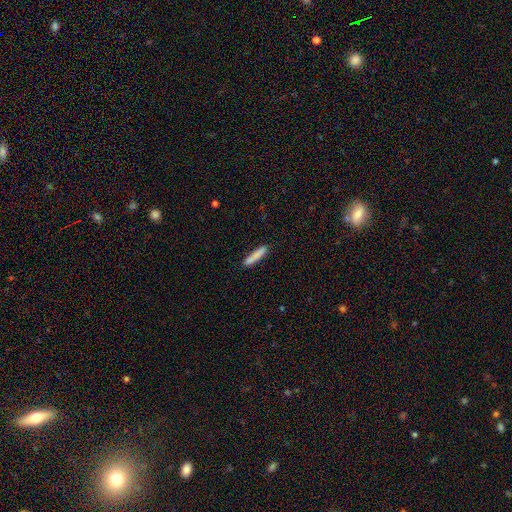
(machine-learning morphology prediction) This is clearly a smooth galaxy (84%). How rounded: clearly cigar-shaped (90%). Merging: clearly none (86%).